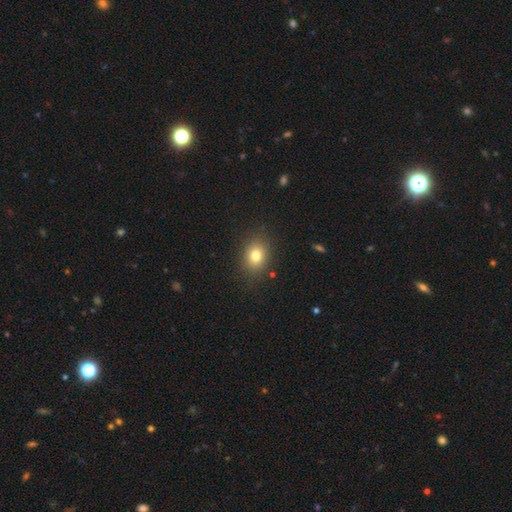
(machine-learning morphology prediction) smooth 79%, star or artifact 12%, featured or disk 9%. Down the decision tree: how rounded — in between (53%); merging — none (87%).